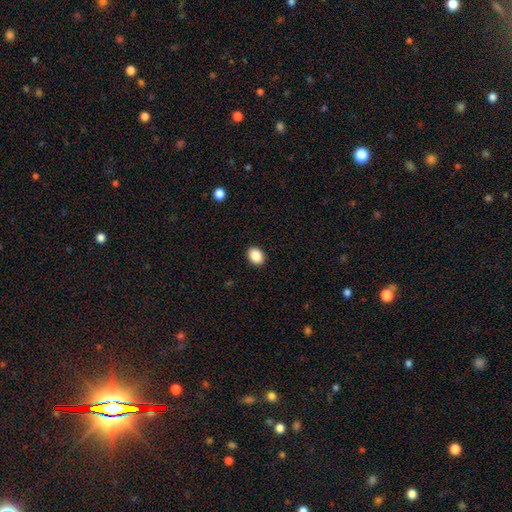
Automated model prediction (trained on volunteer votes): Smooth or featured? smooth (89%)
How rounded? in between (65%)
Merging? none (91%)